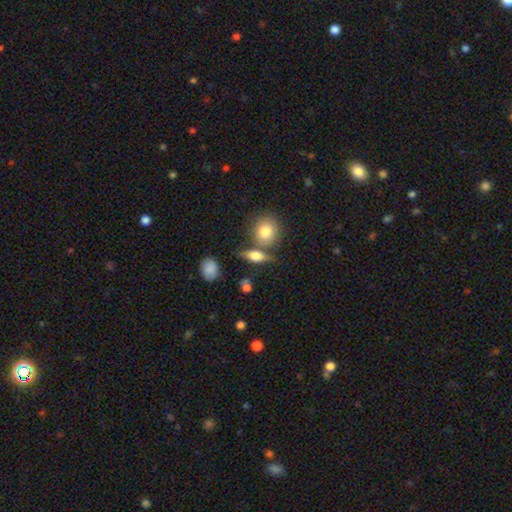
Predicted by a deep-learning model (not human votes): smooth-or-featured: smooth: 60% | featured or disk: 30% | star or artifact: 10%
  how-rounded: in between: 53% | round: 26% | cigar-shaped: 22%
  merging: none: 61% | merger: 21% | minor disturbance: 13% | major disturbance: 6%